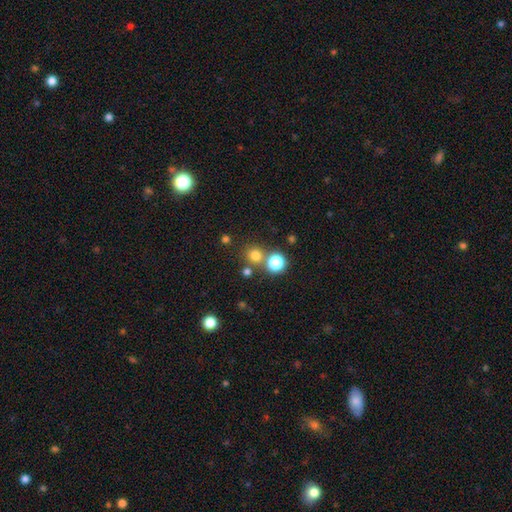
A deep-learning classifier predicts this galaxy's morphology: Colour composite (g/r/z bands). It shows a smooth galaxy with no disk features (73%) that is round (91%). Merging: none (72%).